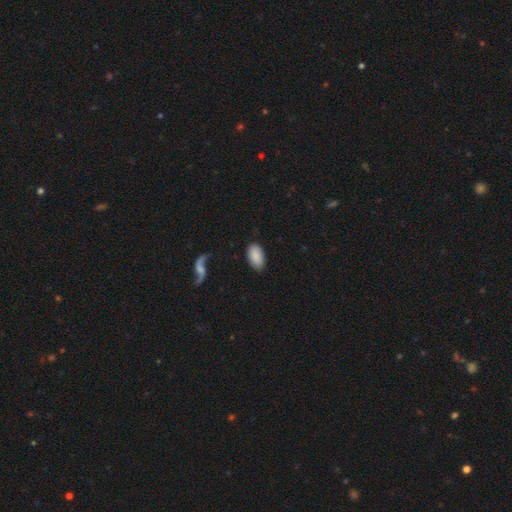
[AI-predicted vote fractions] smooth 84%, featured or disk 9%, star or artifact 7%. Down the decision tree: how rounded — in between (94%); merging — none (80%).